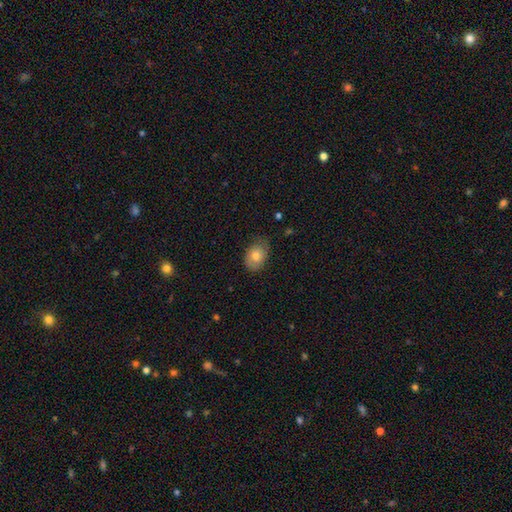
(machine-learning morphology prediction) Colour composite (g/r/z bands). It shows a smooth galaxy with no disk features (72%) that is in between round and cigar-shaped (75%). Merging: none (67%).